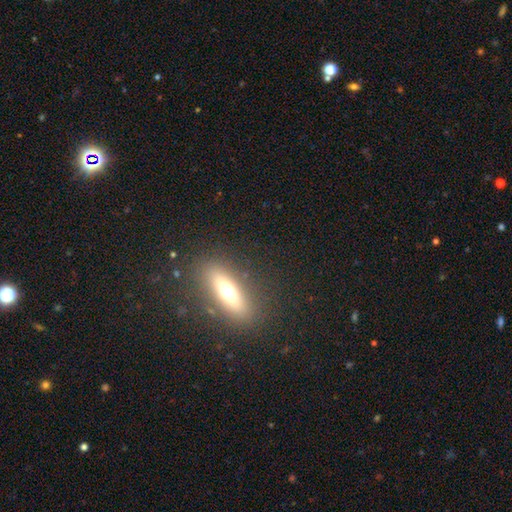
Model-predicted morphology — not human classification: featured or disk 49%, smooth 36%, star or artifact 14%. Down the decision tree: merging — none (85%).